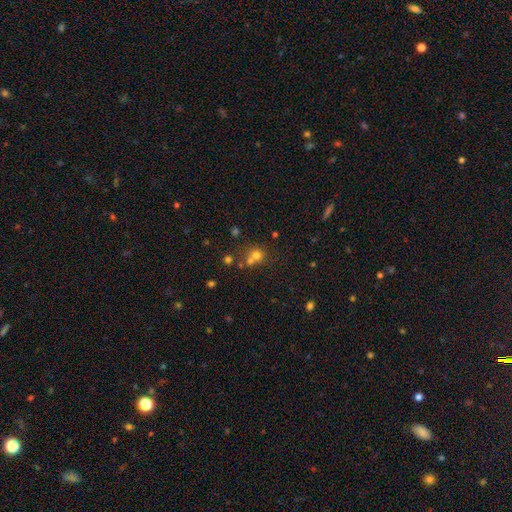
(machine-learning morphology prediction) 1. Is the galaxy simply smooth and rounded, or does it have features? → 65% smooth, 23% star or artifact, 13% featured or disk.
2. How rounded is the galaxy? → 82% round, 17% in between, 1% cigar-shaped.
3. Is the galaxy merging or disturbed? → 45% none, 44% merger, 7% minor disturbance, 4% major disturbance.